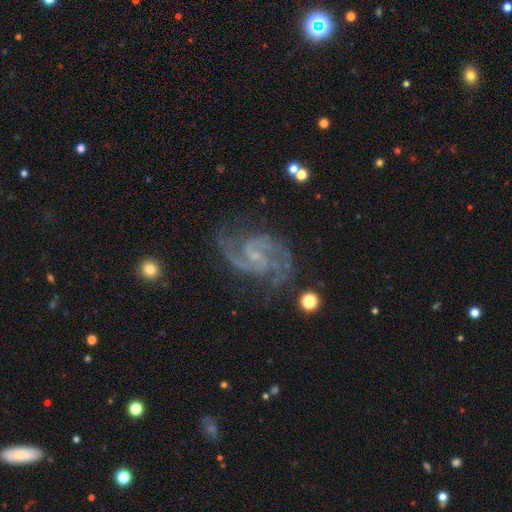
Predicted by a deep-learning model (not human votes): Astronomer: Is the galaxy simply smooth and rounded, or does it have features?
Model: featured or disk — 93%.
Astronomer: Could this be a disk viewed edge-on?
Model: no — 98%.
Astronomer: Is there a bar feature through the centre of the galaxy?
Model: no — 45% (runner-up: weak, 43%).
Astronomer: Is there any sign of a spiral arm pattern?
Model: yes — 98%.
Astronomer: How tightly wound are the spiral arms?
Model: medium — 61%.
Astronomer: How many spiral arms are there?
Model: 2 — 83%.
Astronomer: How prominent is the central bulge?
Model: small — 74%.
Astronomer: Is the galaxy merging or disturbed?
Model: none — 72%.